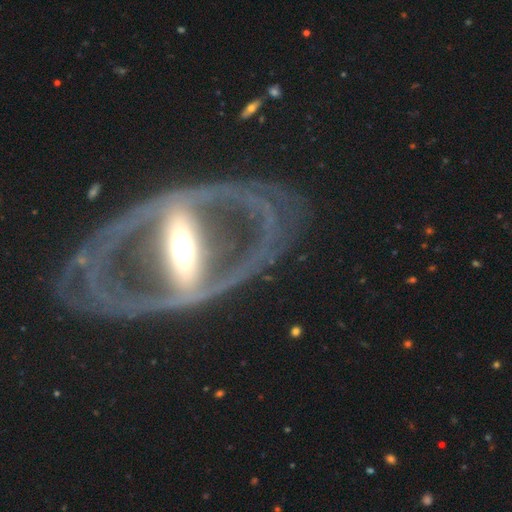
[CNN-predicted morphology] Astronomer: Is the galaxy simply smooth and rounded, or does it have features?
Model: featured or disk — 86%.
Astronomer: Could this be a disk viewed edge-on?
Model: no — 80%.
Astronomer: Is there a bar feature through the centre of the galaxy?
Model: strong — 78%.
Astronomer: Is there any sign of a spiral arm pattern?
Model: yes — 55% (runner-up: no, 45%).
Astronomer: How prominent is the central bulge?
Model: moderate — 54%.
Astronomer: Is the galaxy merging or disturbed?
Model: none — 69%.